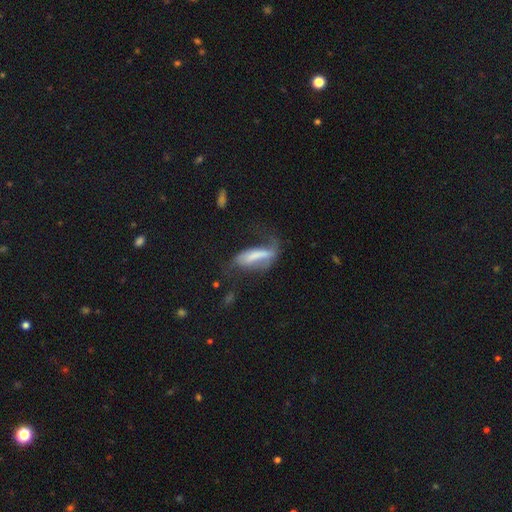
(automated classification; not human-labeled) This appears to be a smooth galaxy with no disk features (47%). Merging: major disturbance (46%).